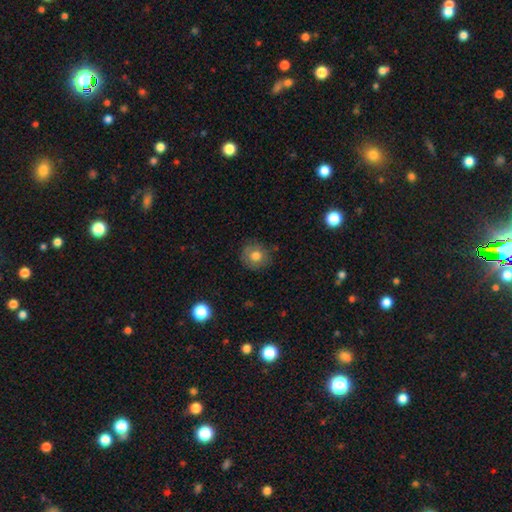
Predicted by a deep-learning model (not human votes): Q: Smooth or featured?
A: smooth (73%); runner-up: featured or disk (18%)
Q: How rounded?
A: round (87%); runner-up: in between (12%)
Q: Merging?
A: none (79%); runner-up: minor disturbance (15%)